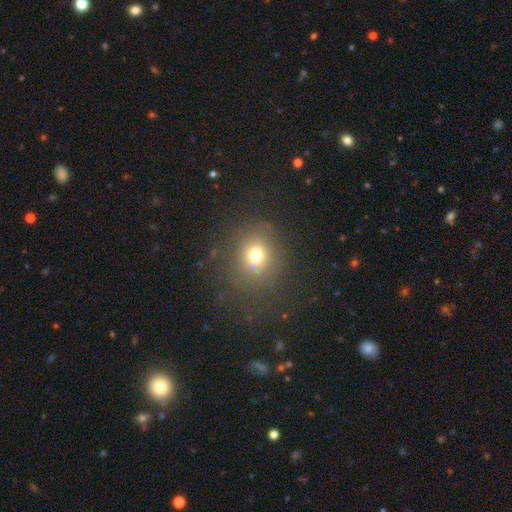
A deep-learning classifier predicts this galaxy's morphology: smooth 70%, star or artifact 18%, featured or disk 12%. Down the decision tree: how rounded — round (79%); merging — none (75%).